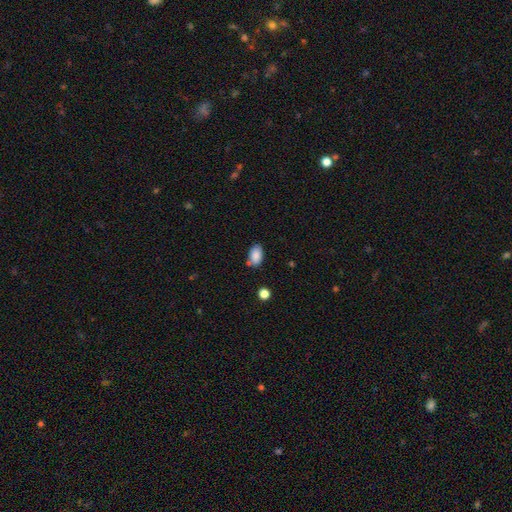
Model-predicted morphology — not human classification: smooth_or_featured: smooth (p=0.87) [alt: star or artifact p=0.08]
how_rounded: in between (p=0.92) [alt: round p=0.07]
merging: none (p=0.71) [alt: minor disturbance p=0.17]